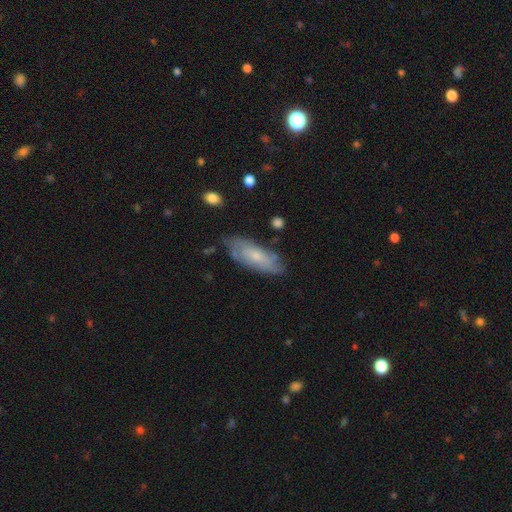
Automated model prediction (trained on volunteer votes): featured or disk 50%, smooth 42%, star or artifact 7%. Down the decision tree: edge-on disk — no (80%); merging — none (74%).